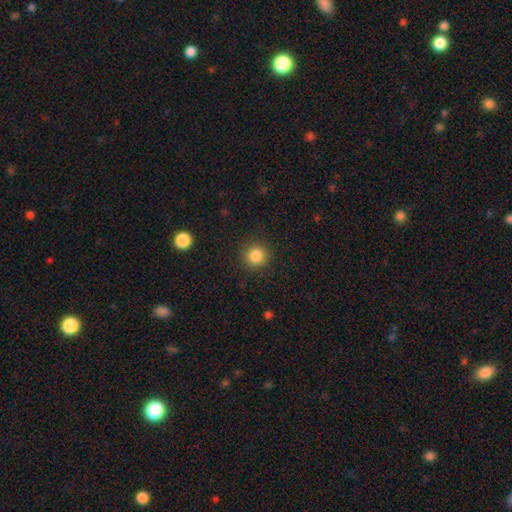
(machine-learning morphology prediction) Smooth or featured? Predicted: smooth (p=0.84). How rounded? Predicted: round (p=0.93). Merging? Predicted: none (p=0.90).